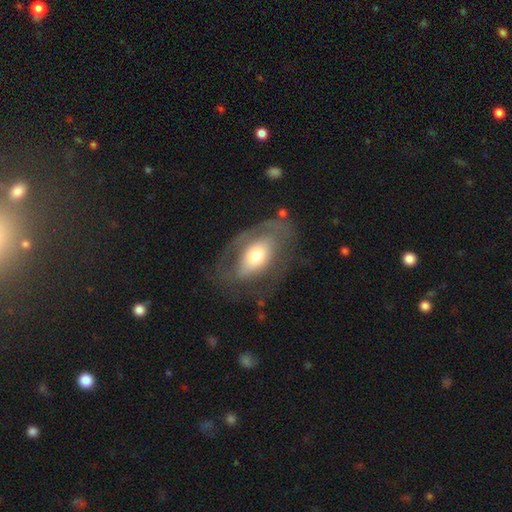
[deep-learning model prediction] featured or disk 56%, smooth 37%, star or artifact 6%. Down the decision tree: edge-on disk — no (90%); bar — no (66%); spiral arms — no (55%); bulge size — moderate (58%); merging — none (53%).